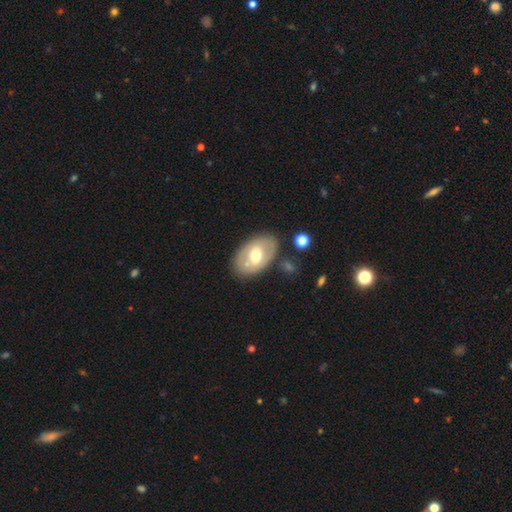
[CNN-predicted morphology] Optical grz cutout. It shows a smooth galaxy with no disk features (48%). Merging: none (74%).